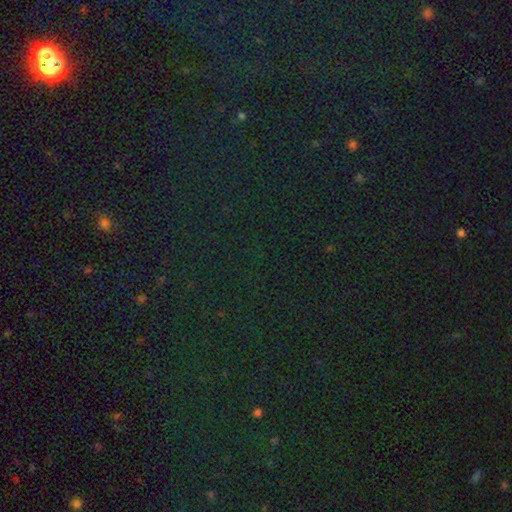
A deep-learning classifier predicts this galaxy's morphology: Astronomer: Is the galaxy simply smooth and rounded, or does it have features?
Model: star or artifact — 82%.